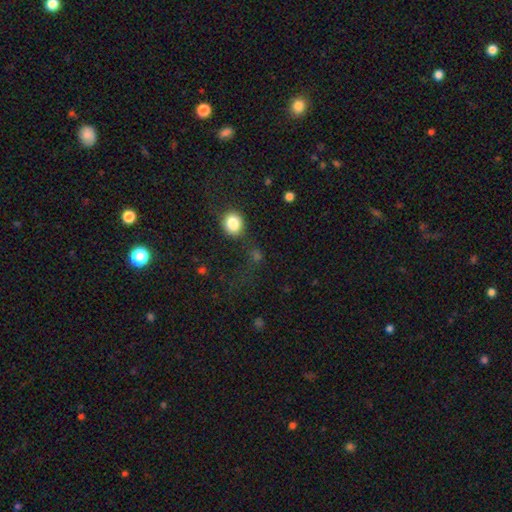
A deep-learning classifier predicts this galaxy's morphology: smooth_or_featured: smooth (p=0.70) [alt: star or artifact p=0.22]
how_rounded: round (p=0.79) [alt: in between p=0.19]
merging: none (p=0.69) [alt: major disturbance p=0.13]